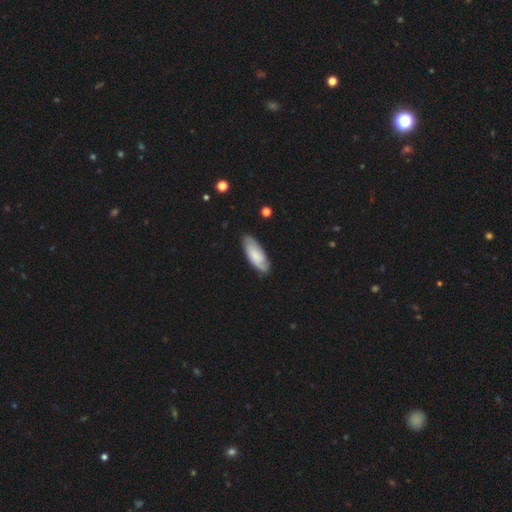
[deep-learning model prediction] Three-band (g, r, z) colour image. It shows a smooth galaxy with no disk features (58%) that is in between round and cigar-shaped (76%). Merging: none (78%).